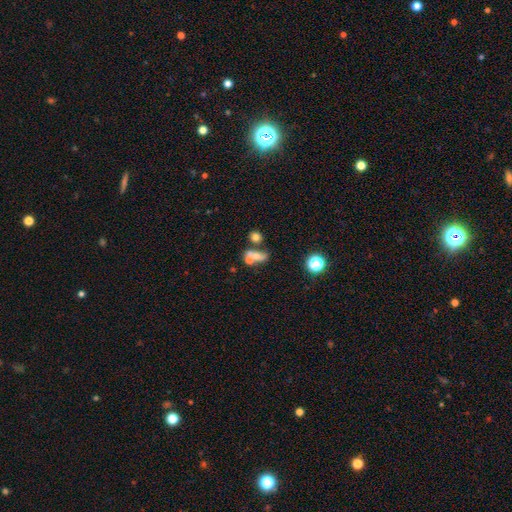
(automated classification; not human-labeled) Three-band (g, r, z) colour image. It shows a smooth galaxy with no disk features (56%) that is in between round and cigar-shaped (59%). Merging: merger (53%).